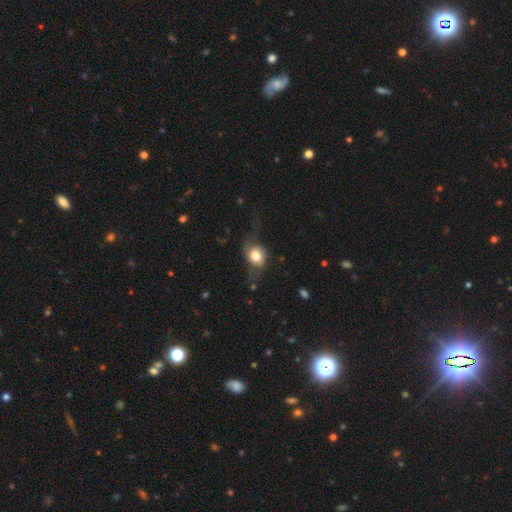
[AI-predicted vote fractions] Q: Smooth or featured?
A: smooth (70%); runner-up: featured or disk (22%)
Q: How rounded?
A: round (56%); runner-up: in between (43%)
Q: Merging?
A: none (37%); runner-up: major disturbance (33%)